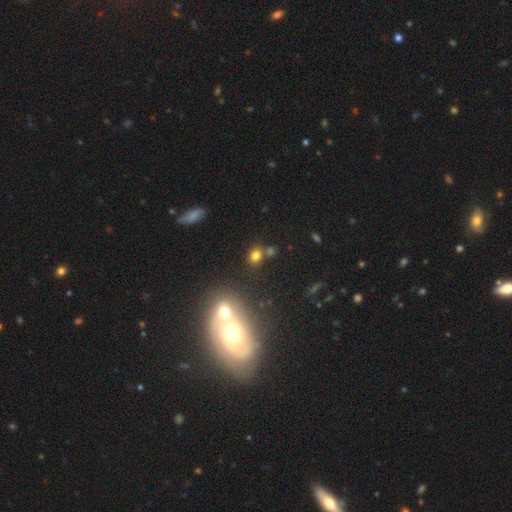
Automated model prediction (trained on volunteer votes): Q: Smooth or featured?
A: smooth (74%); runner-up: star or artifact (19%)
Q: How rounded?
A: round (64%); runner-up: in between (34%)
Q: Merging?
A: none (69%); runner-up: merger (16%)